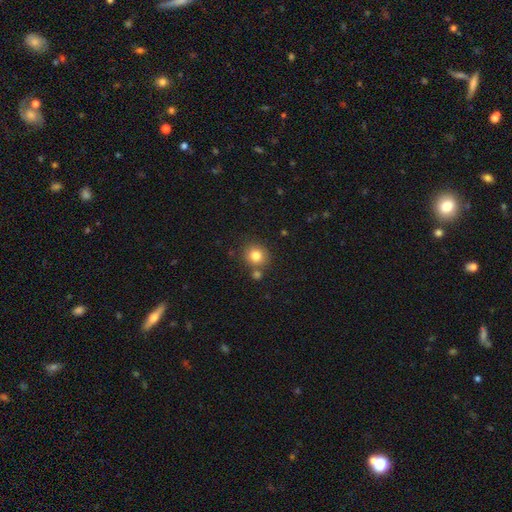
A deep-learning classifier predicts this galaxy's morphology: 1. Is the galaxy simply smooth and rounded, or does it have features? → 81% smooth, 11% star or artifact, 8% featured or disk.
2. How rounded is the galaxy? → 85% round, 14% in between, 1% cigar-shaped.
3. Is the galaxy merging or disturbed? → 75% none, 13% merger, 10% minor disturbance, 3% major disturbance.